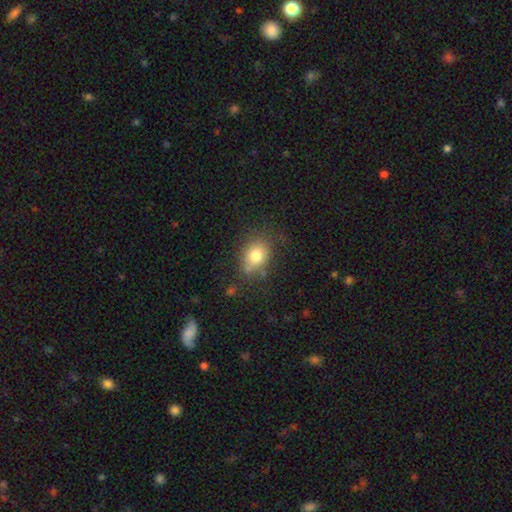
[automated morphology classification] The model was most divided on "how rounded": in between: 68%, round: 30%, cigar-shaped: 2%. More confident: smooth or featured — smooth (78%); merging — none (66%).